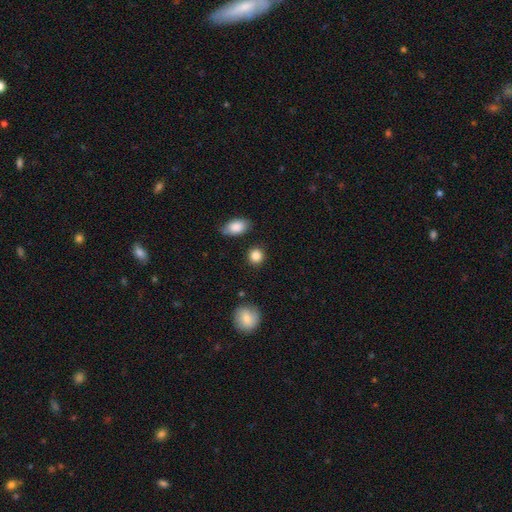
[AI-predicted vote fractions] Morphology: type=smooth (87%); roundness=round (83%); merging=none (86%).